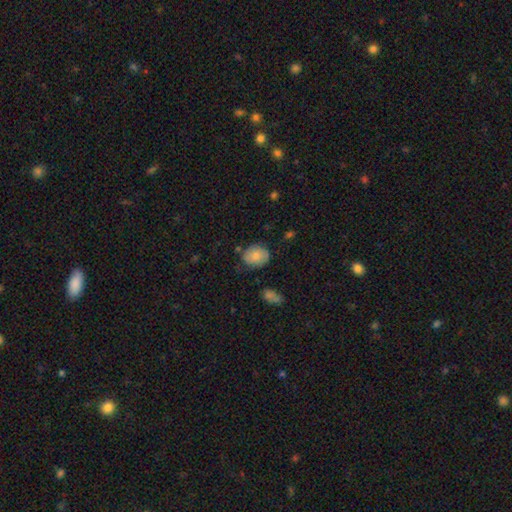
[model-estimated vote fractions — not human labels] Smooth or featured: smooth — 72% (featured or disk — 20%)
How rounded: round — 55% (in between — 44%)
Merging: none — 71% (minor disturbance — 21%)